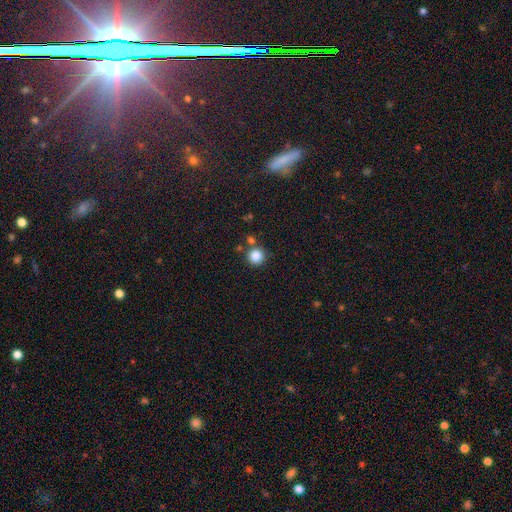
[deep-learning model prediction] Smooth or featured? Predicted: smooth (p=0.85). How rounded? Predicted: round (p=0.95). Merging? Predicted: none (p=0.79).